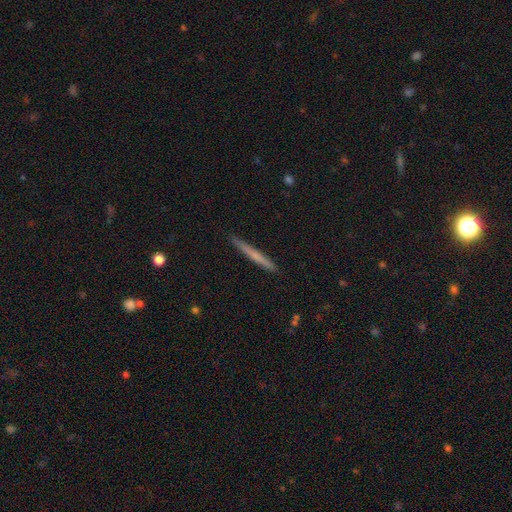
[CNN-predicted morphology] Smooth or featured: smooth — 56% (featured or disk — 38%)
How rounded: cigar-shaped — 97% (in between — 2%)
Merging: none — 90% (minor disturbance — 8%)